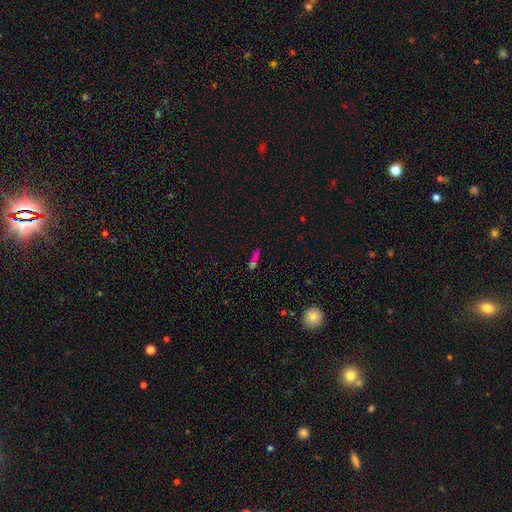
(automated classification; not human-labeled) smooth-or-featured: smooth: 51% | star or artifact: 33% | featured or disk: 16%
  how-rounded: cigar-shaped: 52% | in between: 36% | round: 12%
  merging: none: 58% | merger: 22% | minor disturbance: 13% | major disturbance: 7%